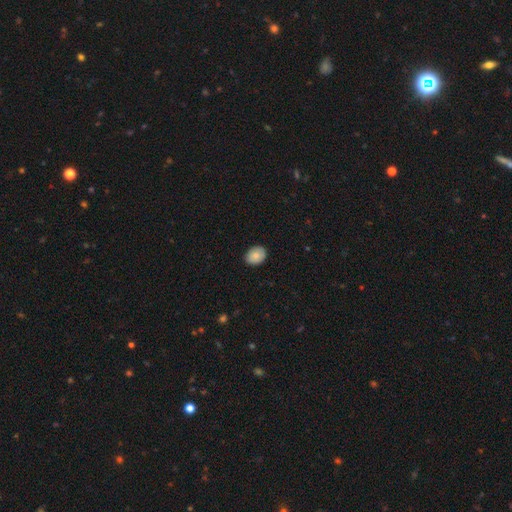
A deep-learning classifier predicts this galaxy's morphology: Smooth or featured: smooth — 84% (featured or disk — 9%)
How rounded: in between — 60% (round — 39%)
Merging: none — 87% (minor disturbance — 11%)